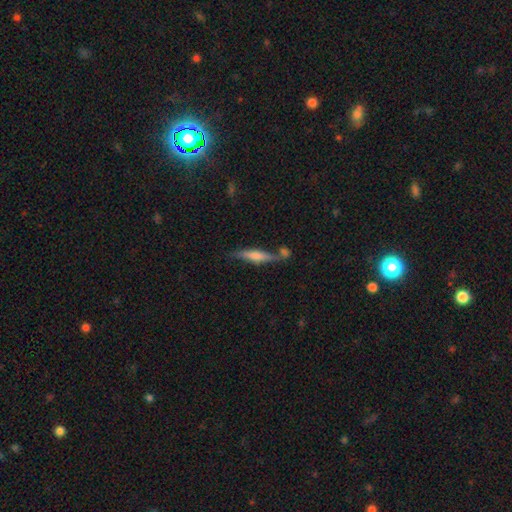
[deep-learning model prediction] Morphology: type=featured or disk (52%); edge-on=yes (90%); merging=none (60%).